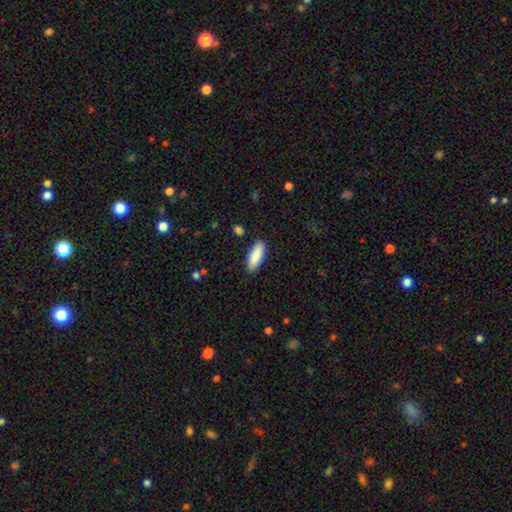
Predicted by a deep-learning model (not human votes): Overall: smooth (89%). How rounded: in between (68%; cigar-shaped 31%). Merging: none (88%).